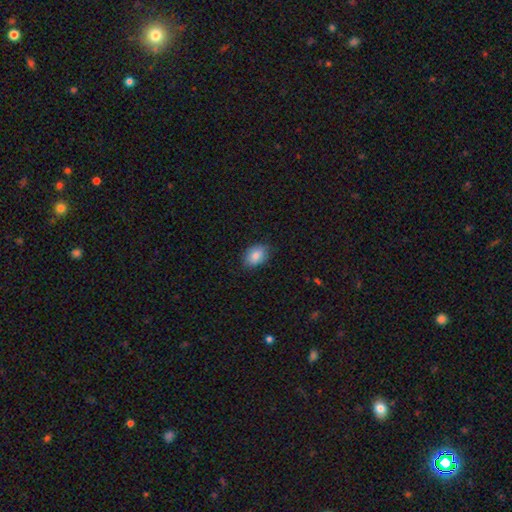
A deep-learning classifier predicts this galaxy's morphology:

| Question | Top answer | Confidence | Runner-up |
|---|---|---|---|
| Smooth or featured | smooth | 85% | featured or disk (8%) |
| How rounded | in between | 82% | round (17%) |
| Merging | none | 82% | minor disturbance (15%) |